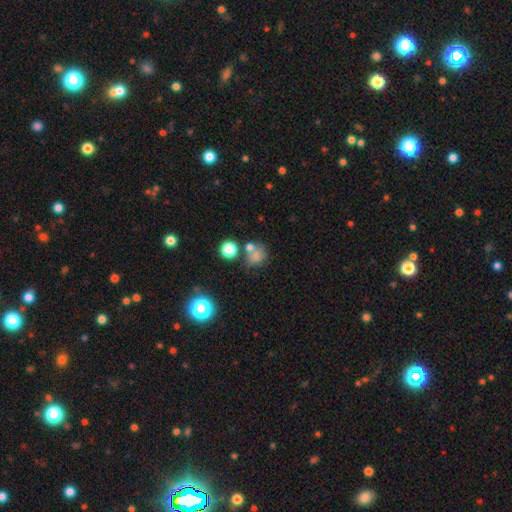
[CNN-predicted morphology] A smooth galaxy with no disk features (70%) that is round (69%). Merging: none (46%).